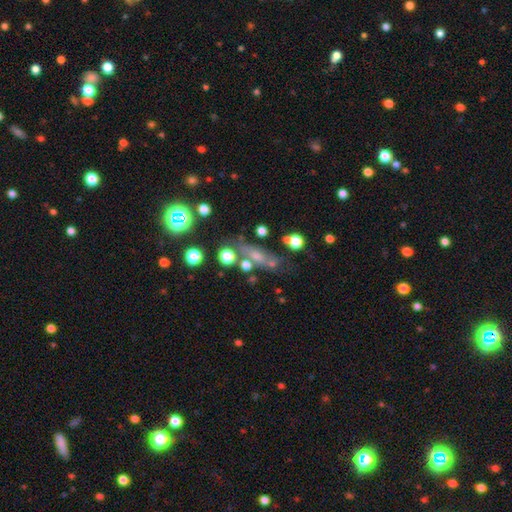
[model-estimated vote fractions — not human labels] Overall: smooth (37%; featured or disk 36%). Merging: none (60%).